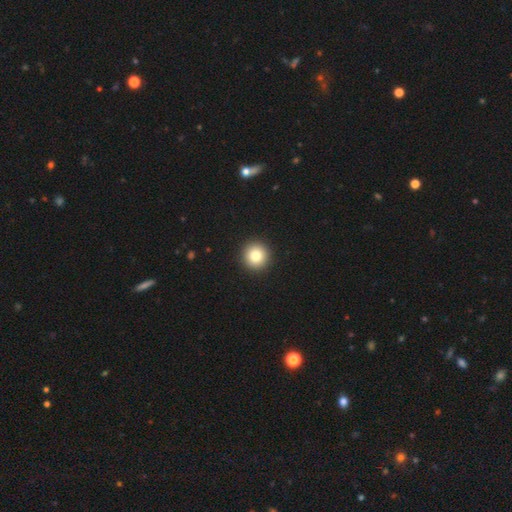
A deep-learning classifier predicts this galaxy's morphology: smooth_or_featured: smooth (p=0.83) [alt: star or artifact p=0.10]
how_rounded: round (p=0.95) [alt: in between p=0.04]
merging: none (p=0.94) [alt: minor disturbance p=0.04]